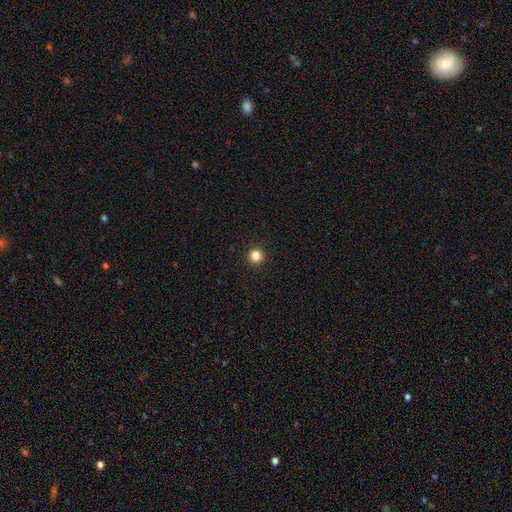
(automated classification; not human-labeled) smooth 84%, star or artifact 12%, featured or disk 4%. Down the decision tree: how rounded — round (94%); merging — none (94%).